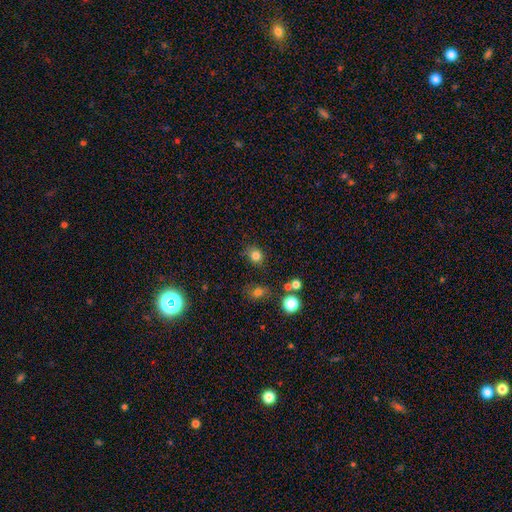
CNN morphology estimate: Smooth or featured?
  - smooth: 81% *
  - star or artifact: 13%
  - featured or disk: 6%
How rounded?
  - round: 67% *
  - in between: 32%
  - cigar-shaped: 1%
Merging?
  - none: 76% *
  - minor disturbance: 15%
  - merger: 5%
  - major disturbance: 4%